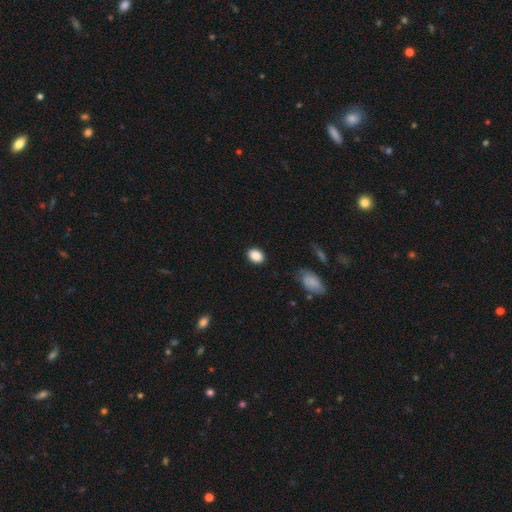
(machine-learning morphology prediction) type=smooth (88%); roundness=in between (68%); merging=none (87%).